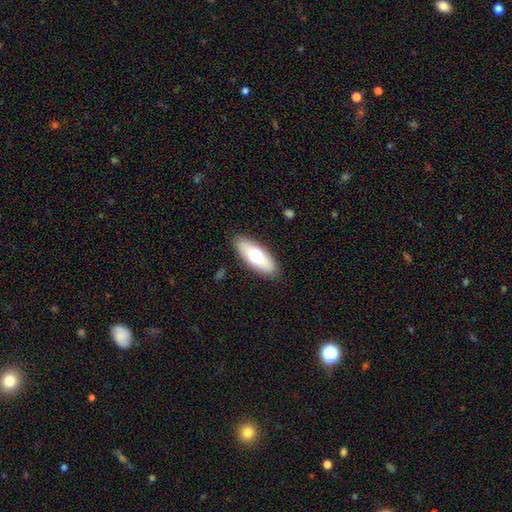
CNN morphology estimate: Smooth or featured: smooth — 64% (featured or disk — 29%)
How rounded: in between — 75% (cigar-shaped — 22%)
Merging: none — 86% (minor disturbance — 10%)